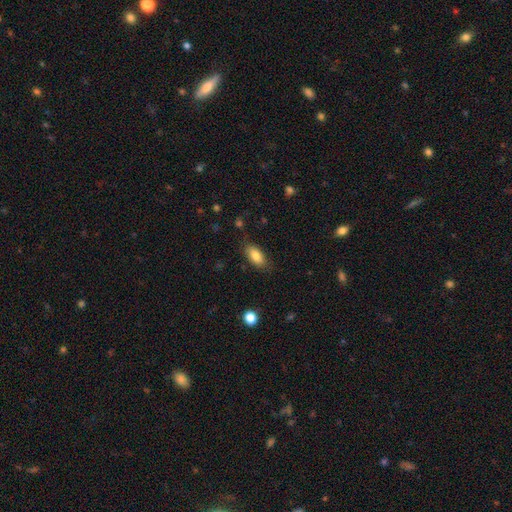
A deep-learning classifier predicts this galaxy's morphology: smooth_or_featured: smooth (p=0.82) [alt: featured or disk p=0.10]
how_rounded: in between (p=0.88) [alt: cigar-shaped p=0.10]
merging: none (p=0.81) [alt: minor disturbance p=0.14]